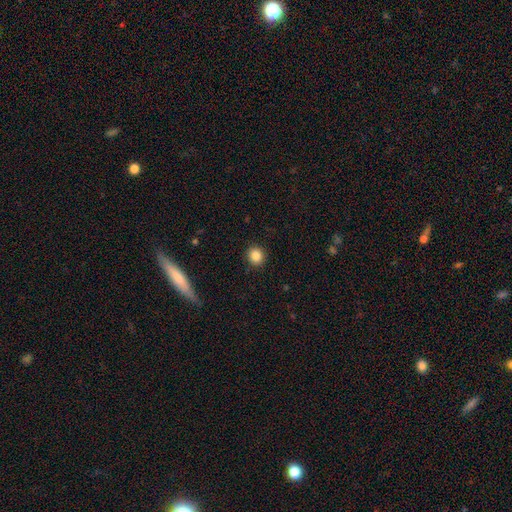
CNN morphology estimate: A smooth galaxy with no disk features (85%) that is round (88%). Merging: none (91%).